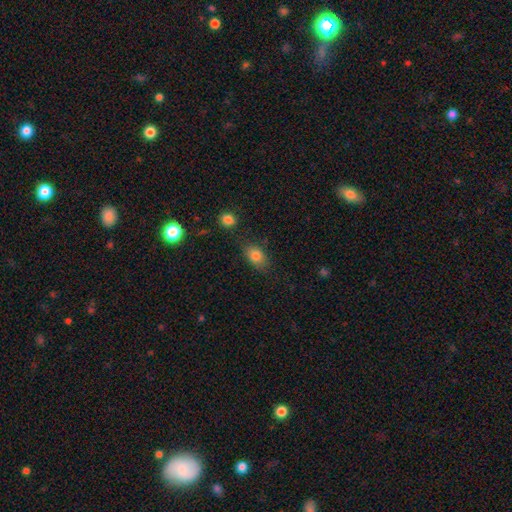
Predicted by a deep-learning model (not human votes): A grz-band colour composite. It shows a smooth galaxy with no disk features (81%) that is in between round and cigar-shaped (80%). Merging: none (75%).